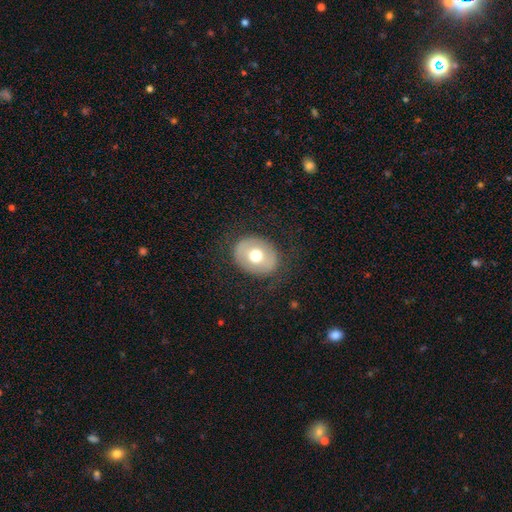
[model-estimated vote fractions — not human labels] Smooth or featured? Predicted: smooth (p=0.60). How rounded? Predicted: round (p=0.53). Merging? Predicted: none (p=0.80).